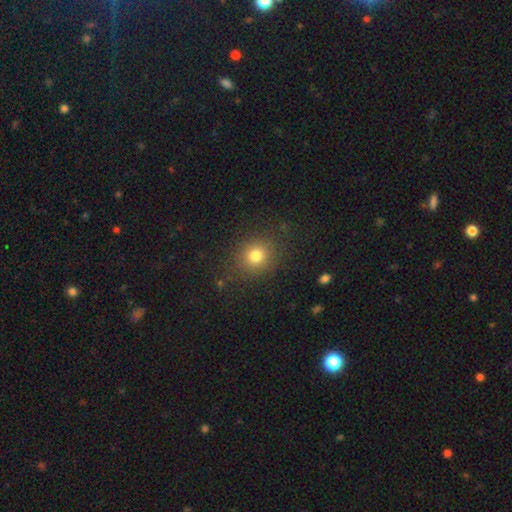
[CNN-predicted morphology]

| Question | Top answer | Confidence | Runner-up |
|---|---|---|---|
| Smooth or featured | smooth | 78% | star or artifact (15%) |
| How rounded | round | 78% | in between (21%) |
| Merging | none | 85% | minor disturbance (9%) |